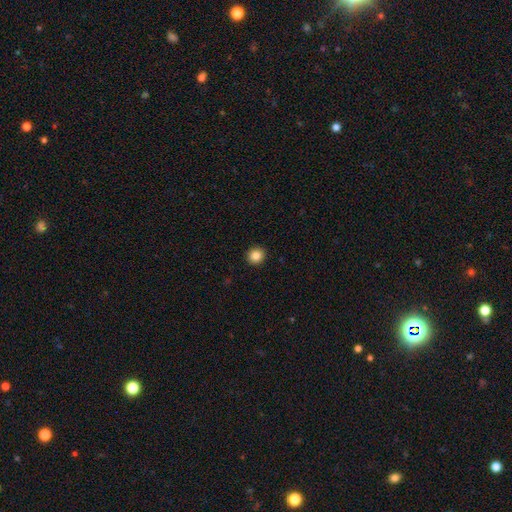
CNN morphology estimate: A smooth galaxy with no disk features (85%) that is round (91%).

Vote fractions:
- Smooth or featured? smooth: 85% / star or artifact: 10% / featured or disk: 5%
- How rounded? round: 91% / in between: 9% / cigar-shaped: 1%
- Merging? none: 93% / minor disturbance: 4% / major disturbance: 1% / merger: 1%